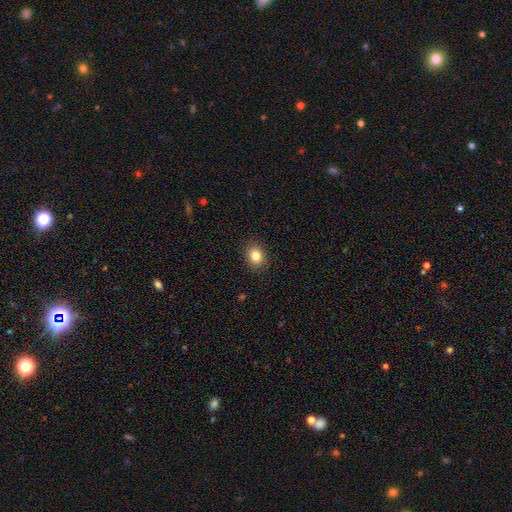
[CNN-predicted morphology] smooth_or_featured: smooth (p=0.83) [alt: star or artifact p=0.10]
how_rounded: round (p=0.53) [alt: in between p=0.46]
merging: none (p=0.89) [alt: minor disturbance p=0.08]